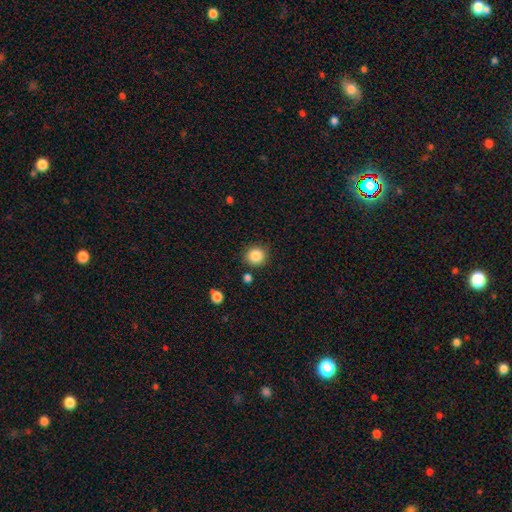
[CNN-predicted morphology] type=smooth (86%); roundness=round (90%); merging=none (86%).